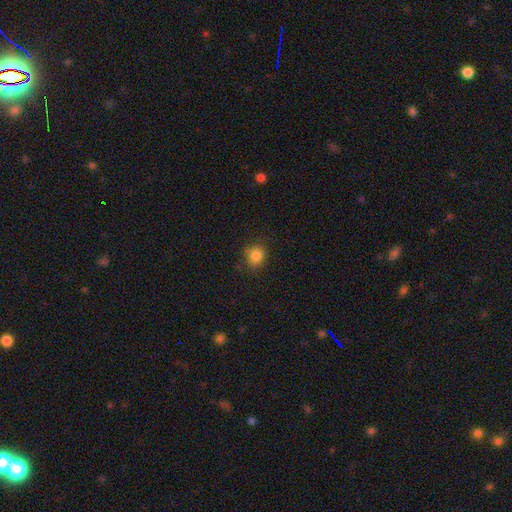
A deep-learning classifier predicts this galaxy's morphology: Q: Smooth or featured?
A: smooth (84%); runner-up: star or artifact (11%)
Q: How rounded?
A: round (76%); runner-up: in between (23%)
Q: Merging?
A: none (81%); runner-up: minor disturbance (14%)